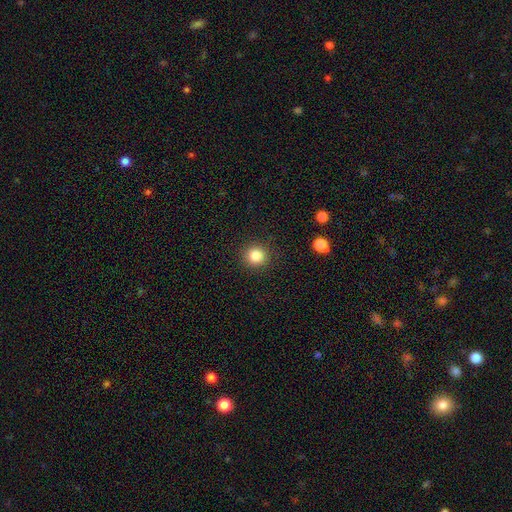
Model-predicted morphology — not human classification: Smooth or featured?
  - smooth: 84% *
  - star or artifact: 11%
  - featured or disk: 5%
How rounded?
  - round: 92% *
  - in between: 7%
  - cigar-shaped: 1%
Merging?
  - none: 91% *
  - minor disturbance: 6%
  - major disturbance: 2%
  - merger: 1%